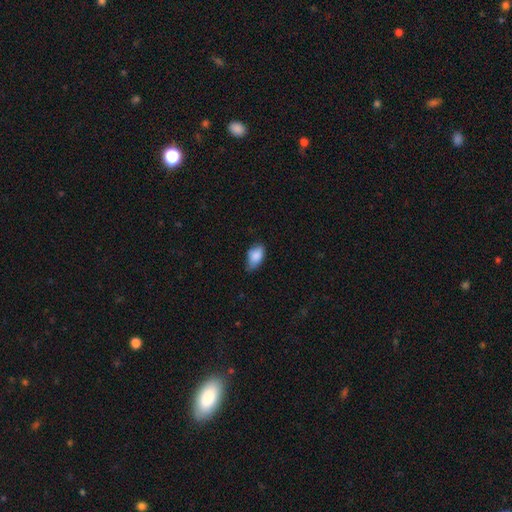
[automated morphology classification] This appears to be a smooth galaxy with no disk features (86%) that is in between round and cigar-shaped (92%). Merging: none (57%).